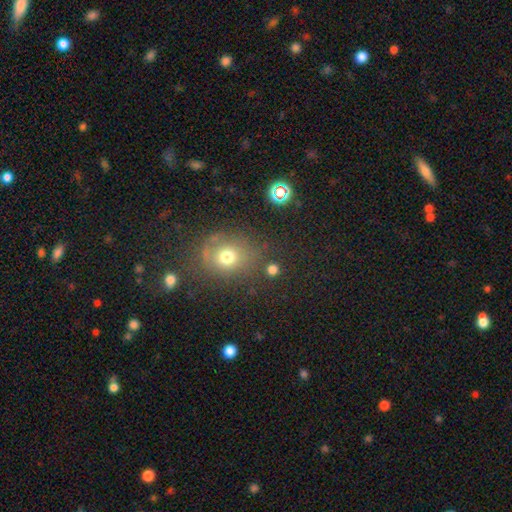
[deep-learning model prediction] This is likely a smooth galaxy (61%). How rounded: likely round (61%). Merging: likely none (76%).